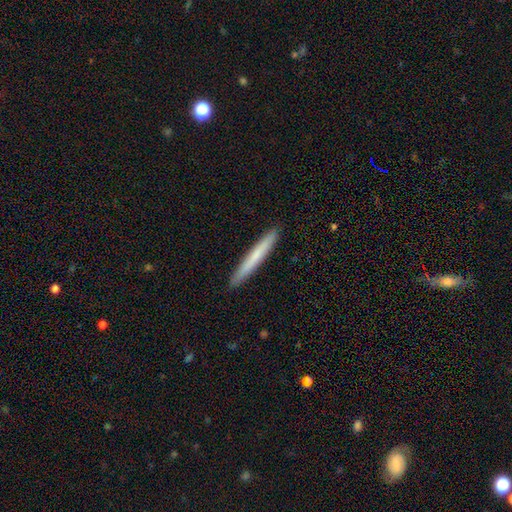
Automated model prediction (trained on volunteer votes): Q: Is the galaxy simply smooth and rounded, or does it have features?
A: smooth — 68%.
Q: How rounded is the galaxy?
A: cigar-shaped — 97%.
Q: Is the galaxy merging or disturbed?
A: none — 92%.